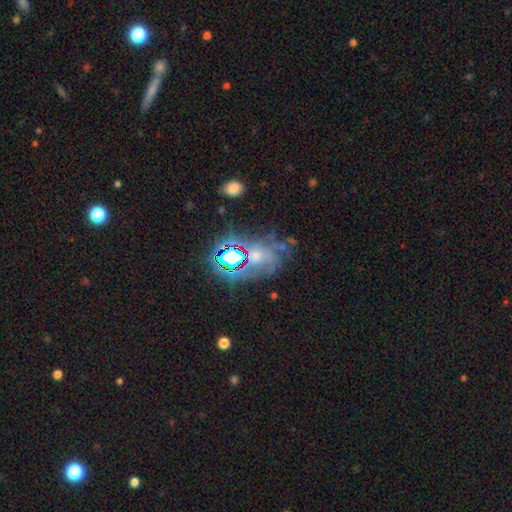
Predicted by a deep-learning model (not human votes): A star or artifact, not a galaxy (47%).